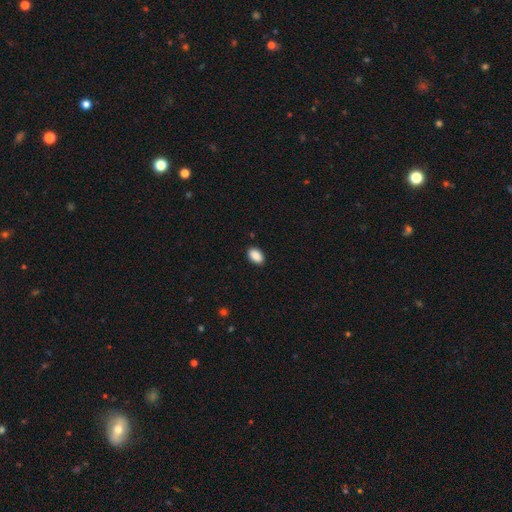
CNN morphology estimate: Smooth or featured?
  - smooth: 90% *
  - star or artifact: 7%
  - featured or disk: 3%
How rounded?
  - in between: 90% *
  - round: 8%
  - cigar-shaped: 1%
Merging?
  - none: 89% *
  - minor disturbance: 8%
  - major disturbance: 2%
  - merger: 1%